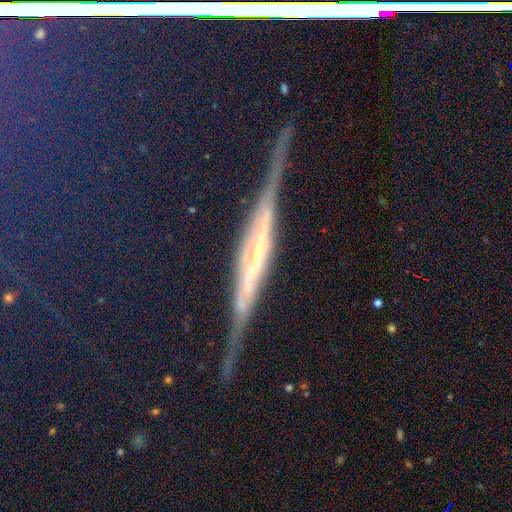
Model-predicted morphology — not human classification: Smooth or featured? featured or disk (55%)
Edge-on disk? yes (78%)
Merging? none (71%)